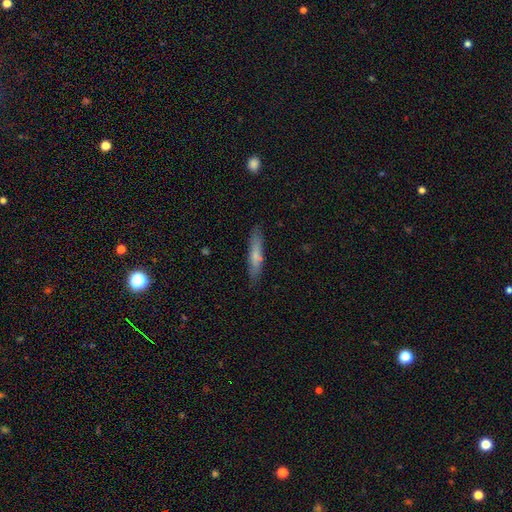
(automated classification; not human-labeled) This appears to be a smooth galaxy with no disk features (67%) that is cigar-shaped (87%). Merging: none (84%).